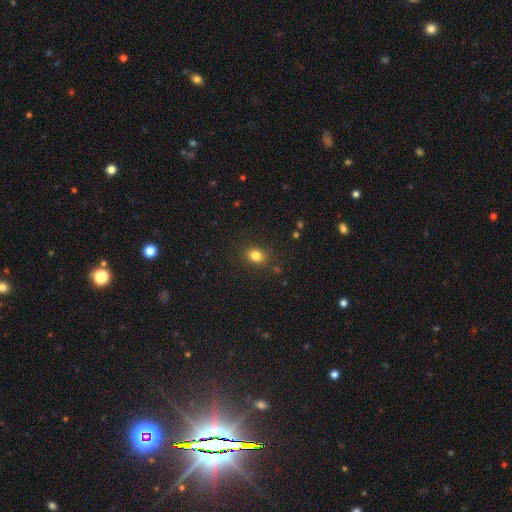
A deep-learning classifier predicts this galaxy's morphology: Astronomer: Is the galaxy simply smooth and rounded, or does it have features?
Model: smooth — 82%.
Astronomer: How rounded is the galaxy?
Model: in between — 60% (runner-up: round, 39%).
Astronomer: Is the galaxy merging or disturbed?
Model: none — 84%.